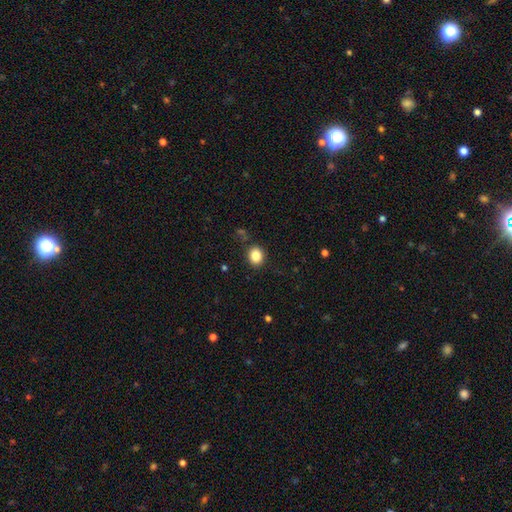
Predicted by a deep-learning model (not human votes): A smooth galaxy with no disk features (85%) that is round (60%).

Vote fractions:
- Smooth or featured? smooth: 85% / star or artifact: 10% / featured or disk: 5%
- How rounded? round: 60% / in between: 39% / cigar-shaped: 1%
- Merging? none: 86% / minor disturbance: 9% / major disturbance: 3% / merger: 2%